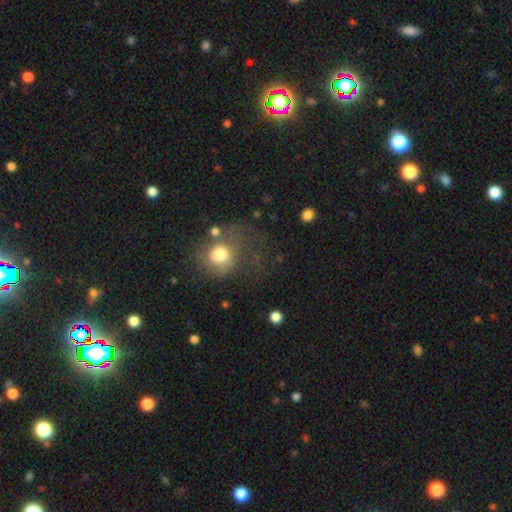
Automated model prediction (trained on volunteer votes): Smooth or featured? star or artifact (46%)